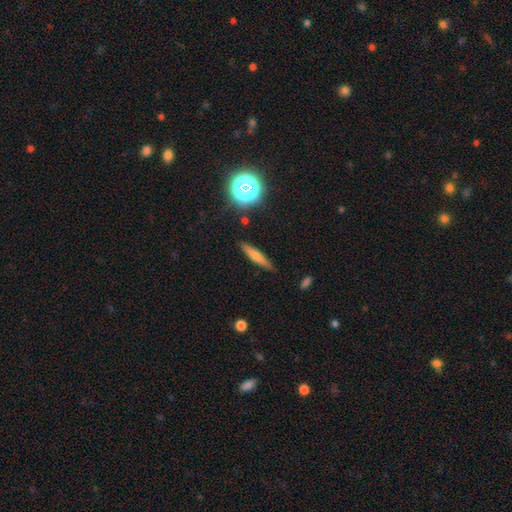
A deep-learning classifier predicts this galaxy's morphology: This appears to be a smooth galaxy with no disk features (57%) that is cigar-shaped (85%). Merging: none (85%).